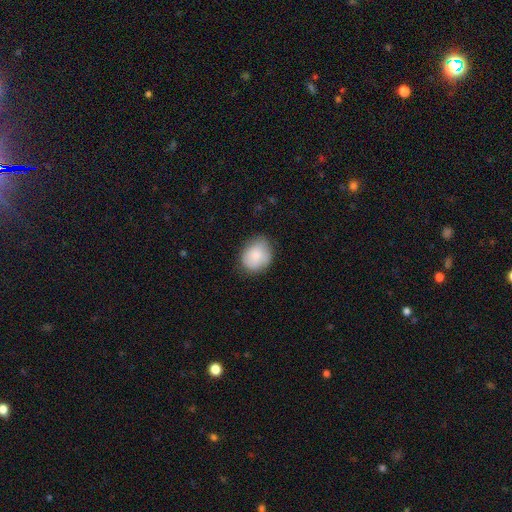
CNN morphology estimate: Smooth or featured? Predicted: smooth (p=0.83). How rounded? Predicted: round (p=0.54). Merging? Predicted: none (p=0.74).